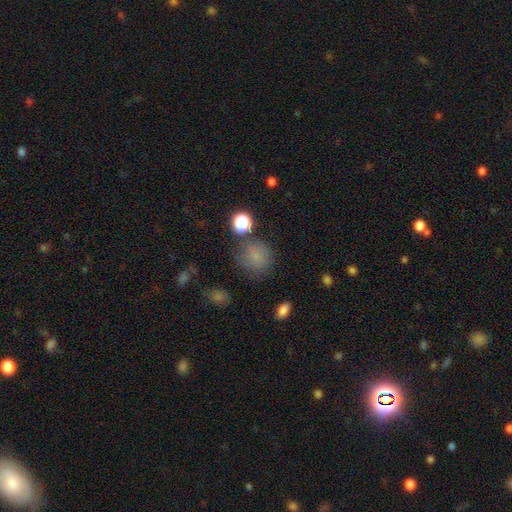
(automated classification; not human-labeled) smooth-or-featured: smooth: 74% | star or artifact: 17% | featured or disk: 9%
  how-rounded: round: 81% | in between: 18% | cigar-shaped: 1%
  merging: none: 69% | minor disturbance: 18% | major disturbance: 8% | merger: 5%